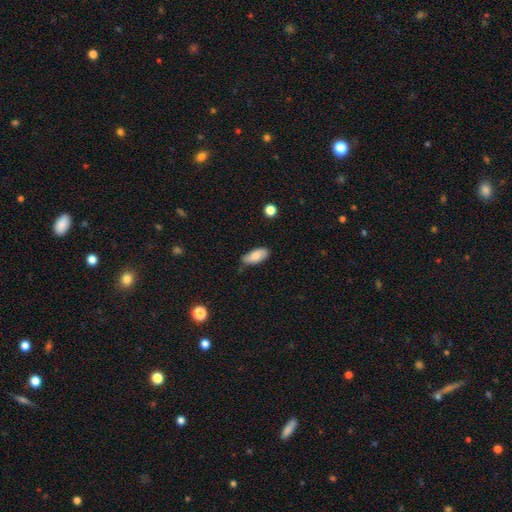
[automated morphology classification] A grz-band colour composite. It shows a smooth galaxy with no disk features (83%) that is in between round and cigar-shaped (88%). Merging: none (74%).